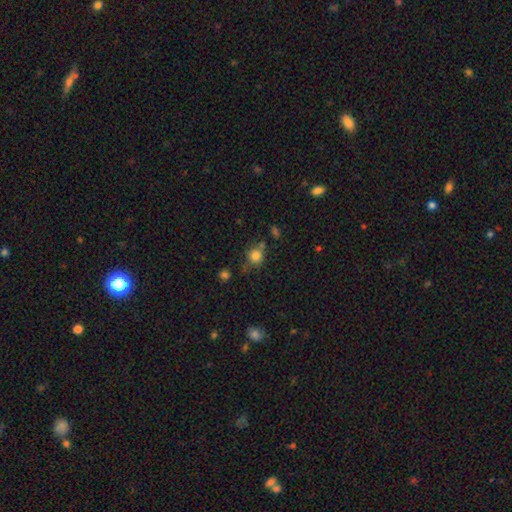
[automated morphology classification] Q: Smooth or featured?
A: smooth (79%); runner-up: star or artifact (13%)
Q: How rounded?
A: round (82%); runner-up: in between (17%)
Q: Merging?
A: none (64%); runner-up: minor disturbance (18%)